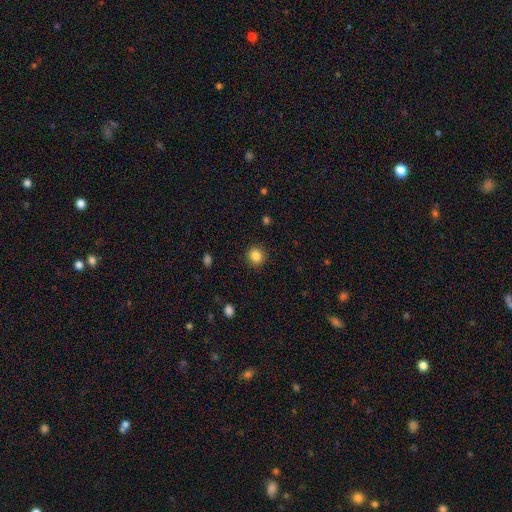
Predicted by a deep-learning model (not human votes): Smooth or featured?
  - smooth: 85% *
  - star or artifact: 10%
  - featured or disk: 4%
How rounded?
  - round: 86% *
  - in between: 13%
  - cigar-shaped: 1%
Merging?
  - none: 91% *
  - minor disturbance: 6%
  - major disturbance: 2%
  - merger: 1%